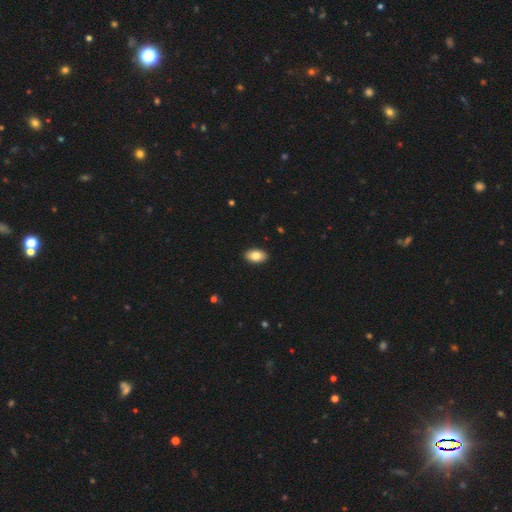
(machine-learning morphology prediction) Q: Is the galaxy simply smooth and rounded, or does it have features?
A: smooth — 83%.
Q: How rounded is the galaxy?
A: in between — 93%.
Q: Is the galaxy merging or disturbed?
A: none — 91%.